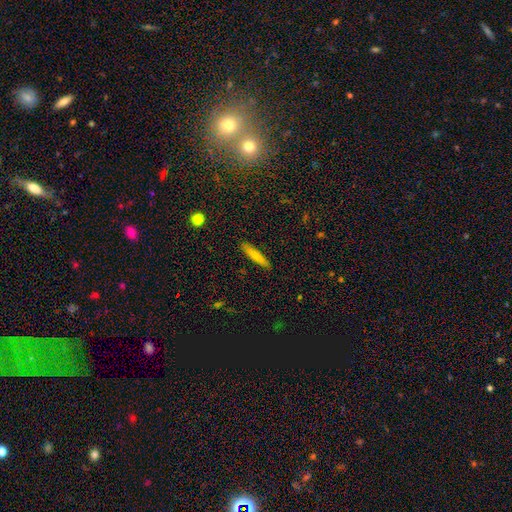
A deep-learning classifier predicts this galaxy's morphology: A smooth galaxy with no disk features (76%) that is cigar-shaped (91%). Merging: none (90%).